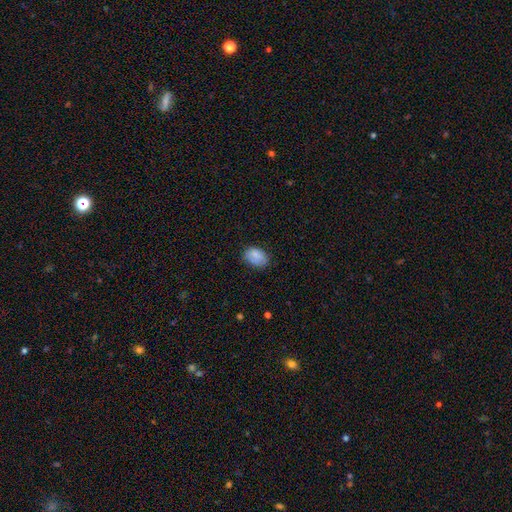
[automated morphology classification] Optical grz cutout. It shows a smooth galaxy with no disk features (82%) that is in between round and cigar-shaped (83%). Merging: none (71%).